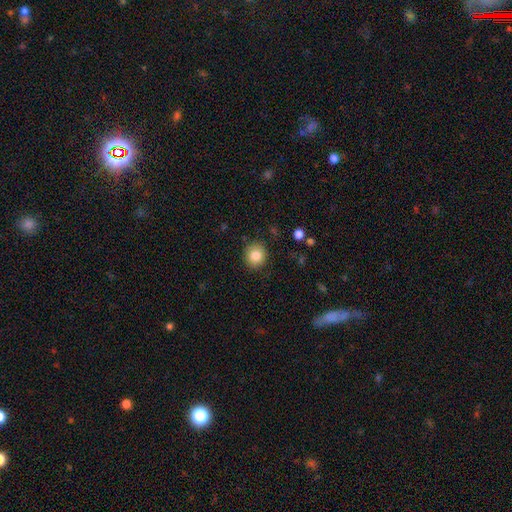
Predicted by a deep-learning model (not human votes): Smooth or featured?
  - smooth: 83% *
  - star or artifact: 9%
  - featured or disk: 7%
How rounded?
  - round: 86% *
  - in between: 13%
  - cigar-shaped: 1%
Merging?
  - none: 88% *
  - minor disturbance: 8%
  - major disturbance: 2%
  - merger: 1%